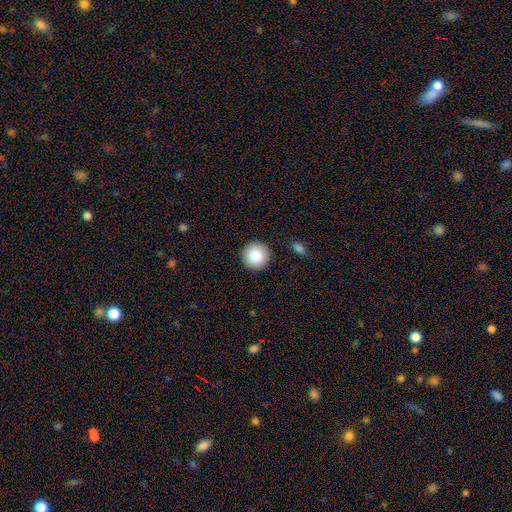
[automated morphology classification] Smooth or featured? smooth (88%)
How rounded? round (96%)
Merging? none (91%)